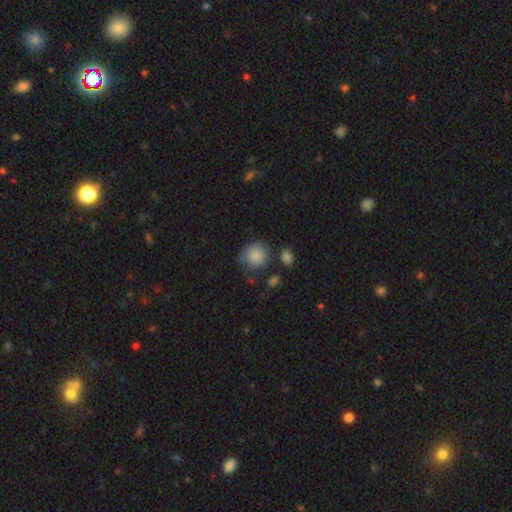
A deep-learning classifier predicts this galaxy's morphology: smooth 85%, star or artifact 8%, featured or disk 6%. Down the decision tree: how rounded — round (83%); merging — none (63%).